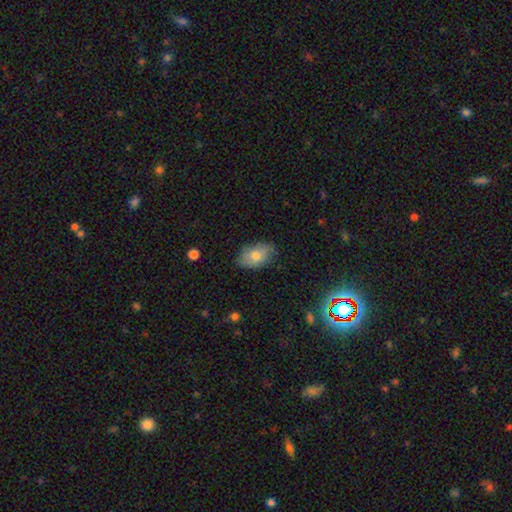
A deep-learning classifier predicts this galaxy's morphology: Smooth or featured?
  - smooth: 71% *
  - featured or disk: 21%
  - star or artifact: 7%
How rounded?
  - in between: 89% *
  - round: 10%
  - cigar-shaped: 2%
Merging?
  - none: 76% *
  - minor disturbance: 19%
  - major disturbance: 4%
  - merger: 1%